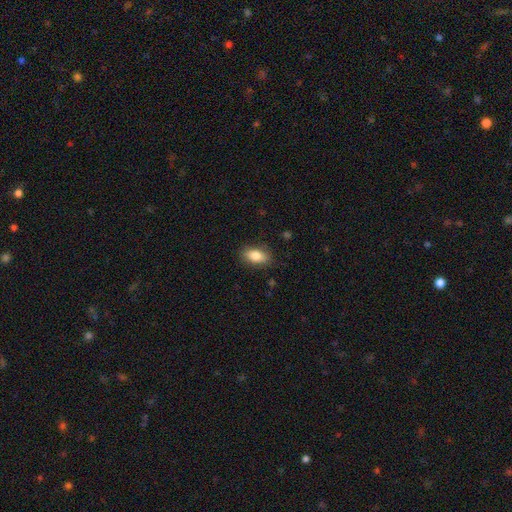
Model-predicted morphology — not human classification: The model was most divided on "smooth or featured": smooth: 82%, featured or disk: 11%, star or artifact: 8%. More confident: how rounded — in between (87%); merging — none (85%).